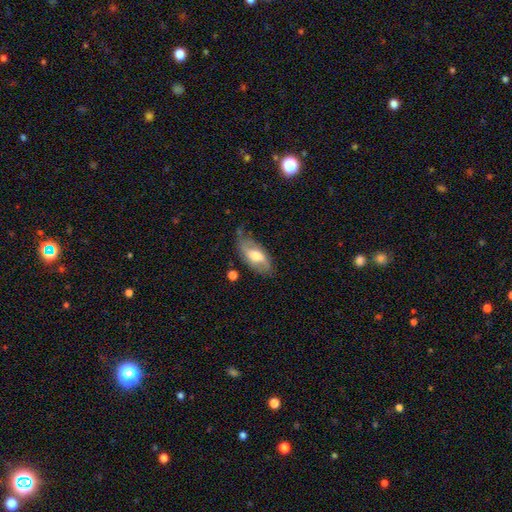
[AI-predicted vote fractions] A smooth galaxy with no disk features (48%).

Vote fractions:
- Smooth or featured? smooth: 48% / featured or disk: 45% / star or artifact: 6%
- Merging? none: 63% / minor disturbance: 26% / major disturbance: 7% / merger: 4%